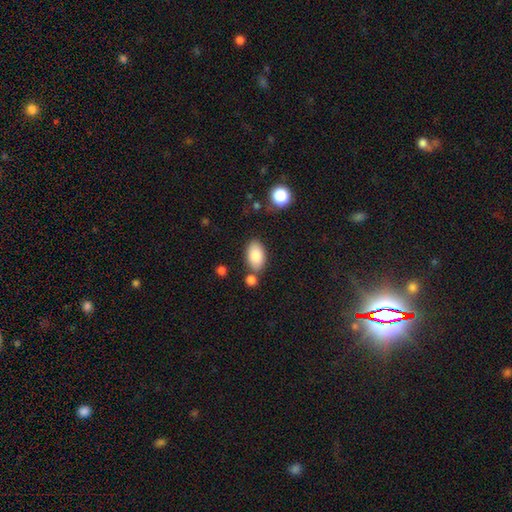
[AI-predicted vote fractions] Overall: smooth (86%). How rounded: in between (94%). Merging: none (73%).